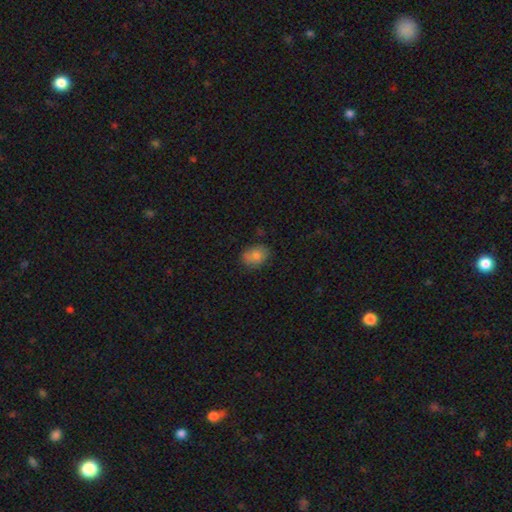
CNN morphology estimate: Q: Smooth or featured?
A: smooth (79%); runner-up: featured or disk (11%)
Q: How rounded?
A: in between (72%); runner-up: round (26%)
Q: Merging?
A: none (75%); runner-up: minor disturbance (18%)